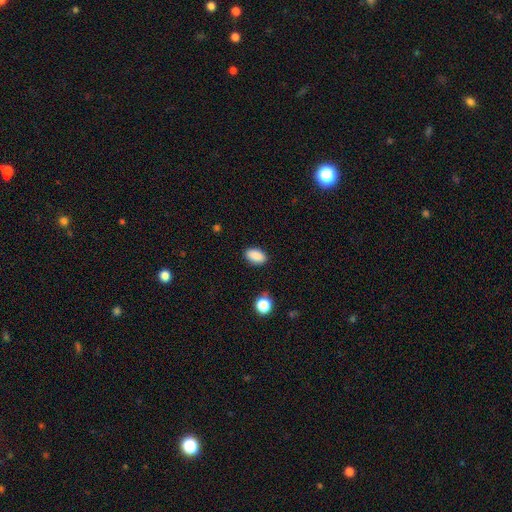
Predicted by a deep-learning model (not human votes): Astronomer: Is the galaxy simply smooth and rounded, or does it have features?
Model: smooth — 88%.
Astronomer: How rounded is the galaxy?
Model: in between — 91%.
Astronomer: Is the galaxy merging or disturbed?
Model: none — 87%.